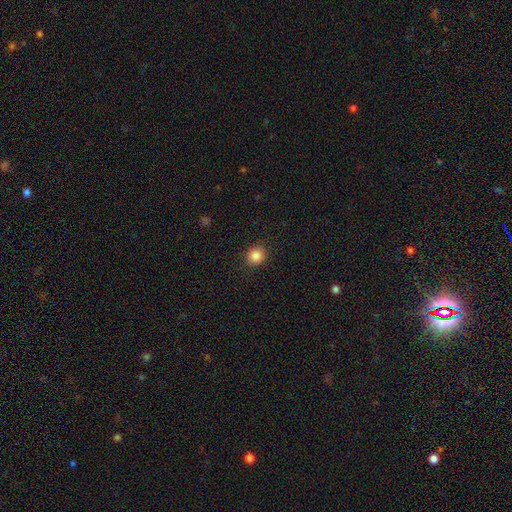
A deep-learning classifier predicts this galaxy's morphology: smooth-or-featured: smooth: 86% | star or artifact: 10% | featured or disk: 4%
  how-rounded: round: 86% | in between: 13% | cigar-shaped: 1%
  merging: none: 90% | minor disturbance: 7% | major disturbance: 2% | merger: 1%